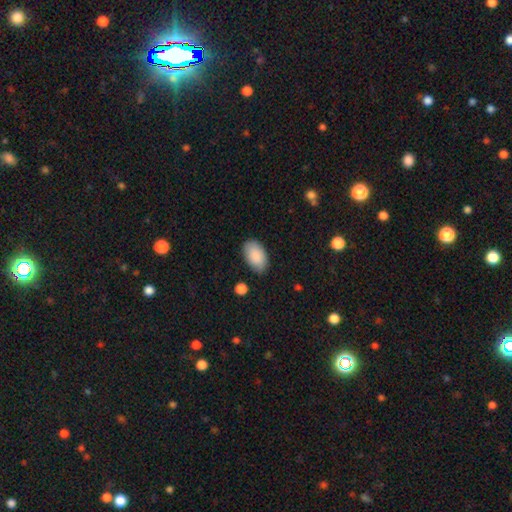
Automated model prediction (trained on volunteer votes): A smooth galaxy with no disk features (89%) that is in between round and cigar-shaped (95%). Merging: none (84%).